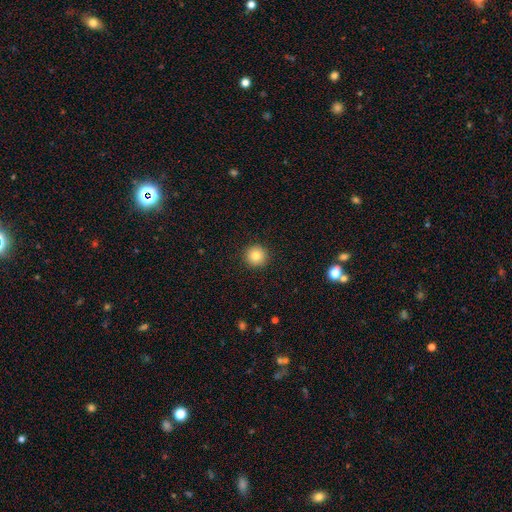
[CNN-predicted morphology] Q: Smooth or featured?
A: smooth (82%); runner-up: star or artifact (10%)
Q: How rounded?
A: round (96%); runner-up: in between (3%)
Q: Merging?
A: none (92%); runner-up: minor disturbance (5%)